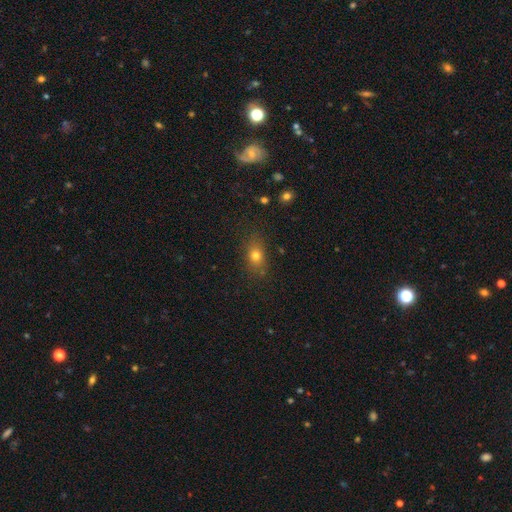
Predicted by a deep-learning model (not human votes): This appears to be a smooth galaxy with no disk features (74%) that is in between round and cigar-shaped (67%). Merging: none (78%).